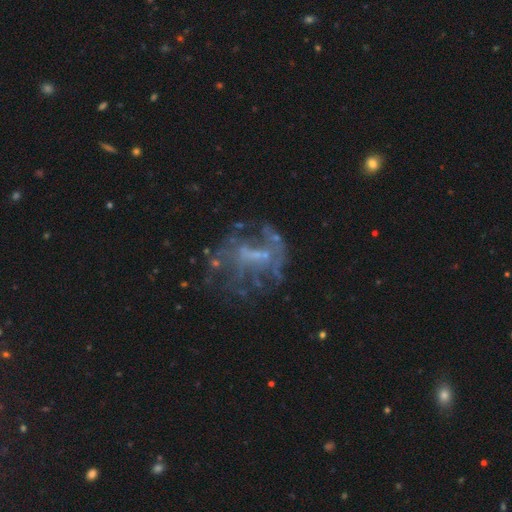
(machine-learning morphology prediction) smooth-or-featured: featured or disk: 67% | star or artifact: 19% | smooth: 14%
  disk-edge-on: no: 97% | yes: 3%
    bar: no: 55% | weak: 33% | strong: 12%
    has-spiral-arms: no: 62% | yes: 38%
    bulge-size: none: 51% | small: 32% | moderate: 14% | large: 2% | dominant: 1%
  merging: none: 49% | major disturbance: 30% | minor disturbance: 16% | merger: 5%